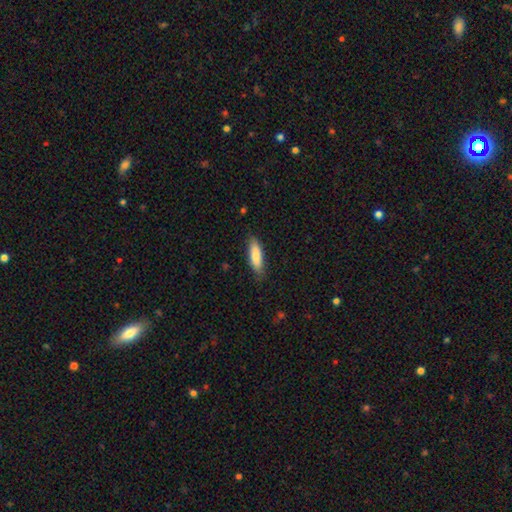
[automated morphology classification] Smooth or featured? smooth (84%)
How rounded? cigar-shaped (53%)
Merging? none (82%)